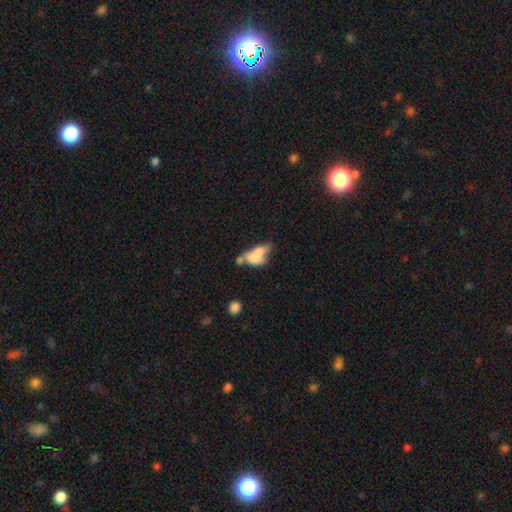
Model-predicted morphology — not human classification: Overall: smooth (55%; featured or disk 35%). How rounded: in between (82%). Merging: merger (56%; none 18%).